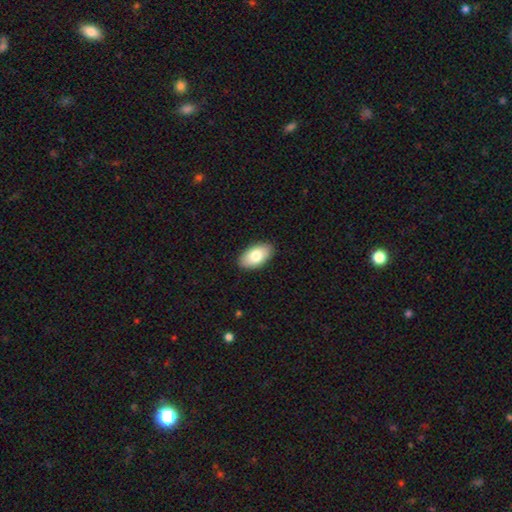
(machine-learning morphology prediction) Smooth or featured? Predicted: smooth (p=0.79). How rounded? Predicted: in between (p=0.95). Merging? Predicted: none (p=0.89).